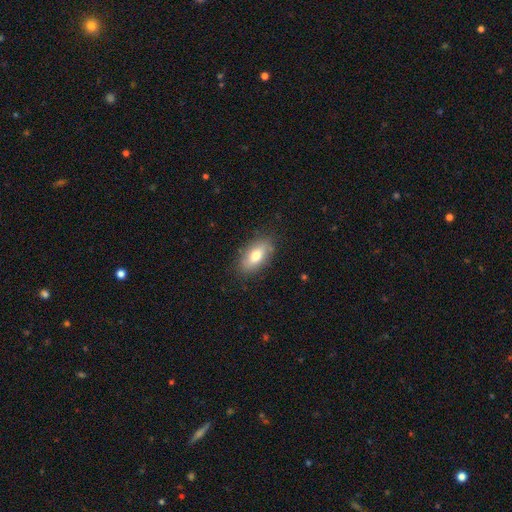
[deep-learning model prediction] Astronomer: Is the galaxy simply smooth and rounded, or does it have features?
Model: smooth — 75%.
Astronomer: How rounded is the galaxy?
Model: in between — 88%.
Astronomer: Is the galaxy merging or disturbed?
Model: none — 83%.